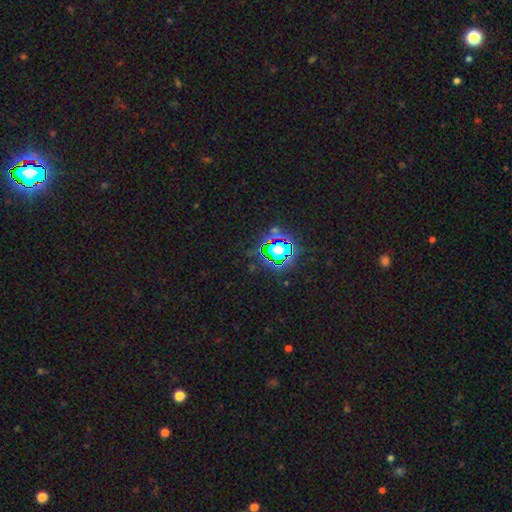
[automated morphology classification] type=star or artifact (82%).